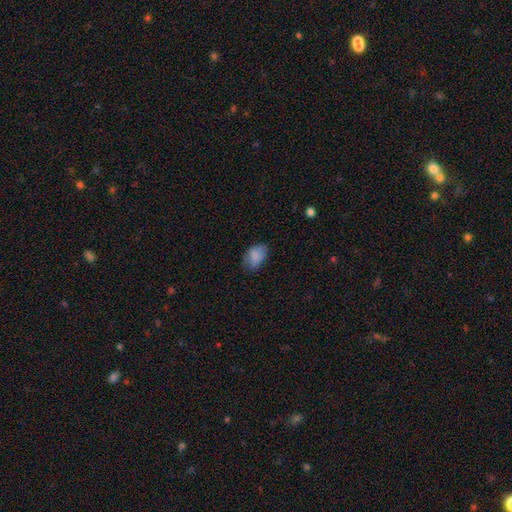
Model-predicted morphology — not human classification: Smooth or featured? Predicted: smooth (p=0.83). How rounded? Predicted: in between (p=0.82). Merging? Predicted: none (p=0.66).